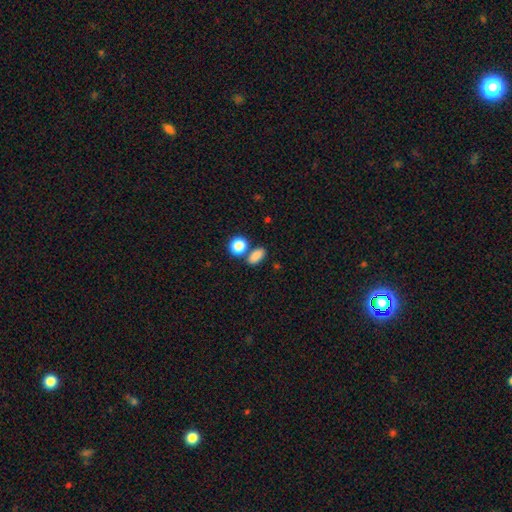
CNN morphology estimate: A smooth galaxy with no disk features (84%) that is in between round and cigar-shaped (79%).

Vote fractions:
- Smooth or featured? smooth: 84% / star or artifact: 11% / featured or disk: 5%
- How rounded? in between: 79% / round: 18% / cigar-shaped: 3%
- Merging? none: 66% / merger: 19% / minor disturbance: 11% / major disturbance: 4%